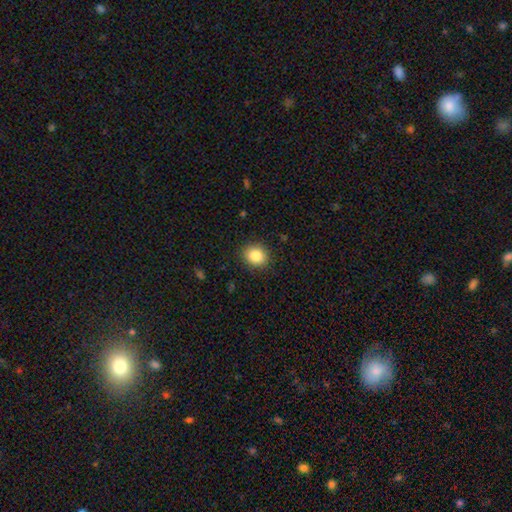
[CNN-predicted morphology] Smooth or featured: smooth — 85% (star or artifact — 9%)
How rounded: round — 66% (in between — 33%)
Merging: none — 89% (minor disturbance — 8%)